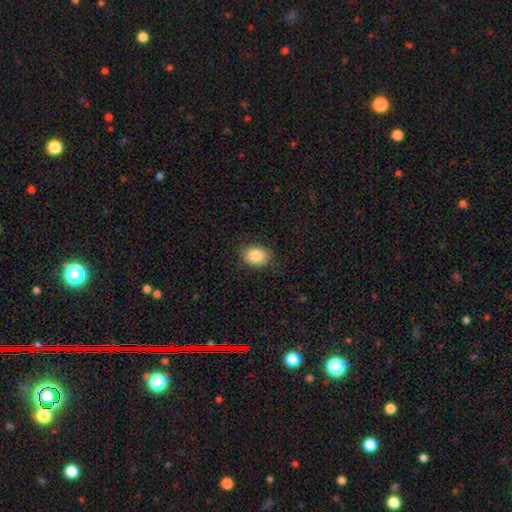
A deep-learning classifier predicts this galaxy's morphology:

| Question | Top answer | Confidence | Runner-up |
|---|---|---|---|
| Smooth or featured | smooth | 85% | star or artifact (8%) |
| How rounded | in between | 71% | round (28%) |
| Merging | none | 83% | minor disturbance (13%) |